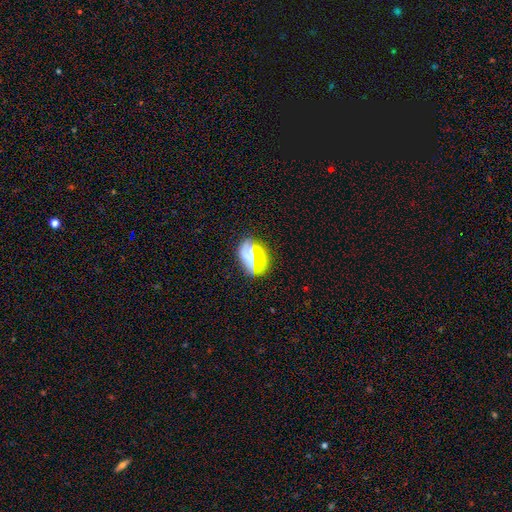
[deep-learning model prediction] This appears to be a smooth galaxy with no disk features (55%) that is in between round and cigar-shaped (66%). Merging: none (74%).